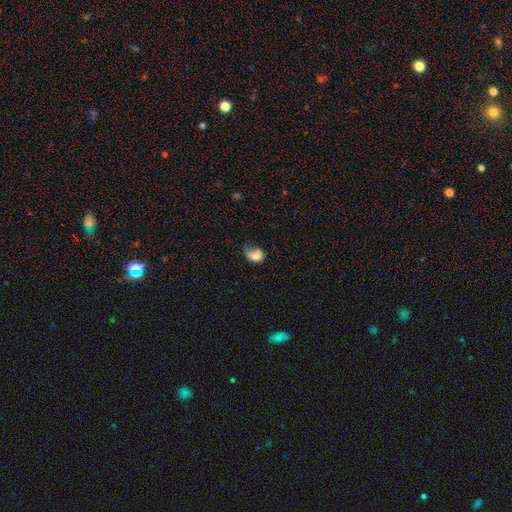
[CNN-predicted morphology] A smooth galaxy with no disk features (73%) that is in between round and cigar-shaped (69%).

Vote fractions:
- Smooth or featured? smooth: 73% / featured or disk: 16% / star or artifact: 11%
- How rounded? in between: 69% / round: 29% / cigar-shaped: 2%
- Merging? minor disturbance: 33% / major disturbance: 32% / none: 24% / merger: 10%